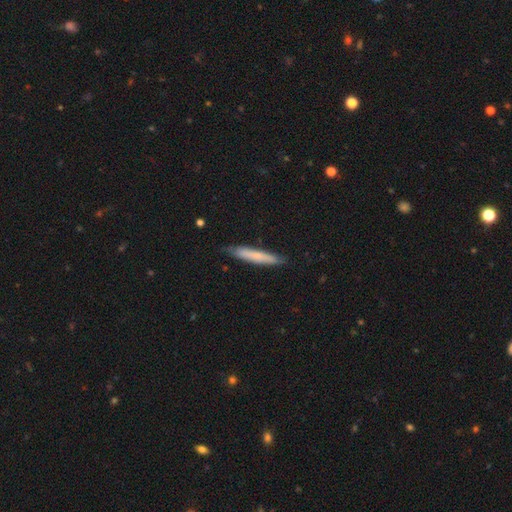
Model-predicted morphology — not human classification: The model was most divided on "smooth or featured": smooth: 69%, featured or disk: 25%, star or artifact: 6%. More confident: how rounded — cigar-shaped (94%); merging — none (84%).